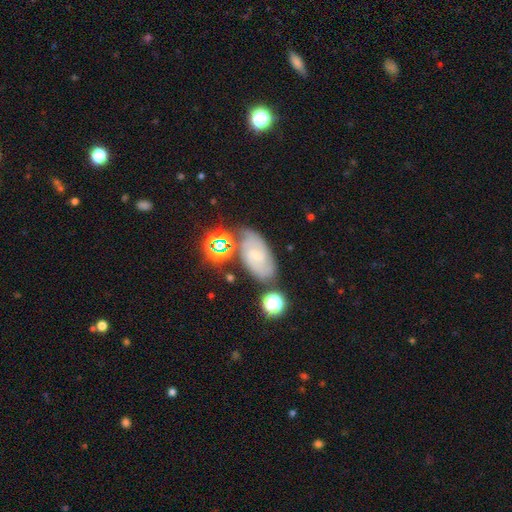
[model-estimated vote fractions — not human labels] Smooth or featured: featured or disk — 66% (smooth — 21%)
Edge-on disk: no — 95% (yes — 5%)
Bar: no — 45% (tied with weak — 45%)
Spiral arms: yes — 93% (no — 7%)
Spiral winding: tight — 50% (medium — 40%)
Spiral arm count: 2 — 58% (can't tell — 24%)
Bulge size: small — 71% (moderate — 18%)
Merging: none — 68% (minor disturbance — 18%)